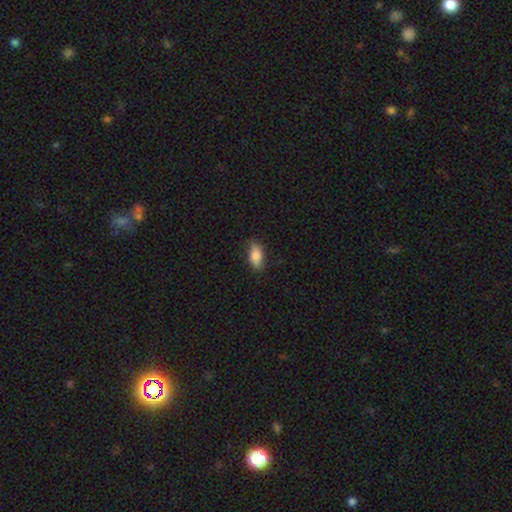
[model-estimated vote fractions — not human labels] Smooth or featured?
  - smooth: 76% *
  - featured or disk: 16%
  - star or artifact: 7%
How rounded?
  - in between: 87% *
  - cigar-shaped: 9%
  - round: 5%
Merging?
  - none: 77% *
  - minor disturbance: 19%
  - major disturbance: 4%
  - merger: 1%